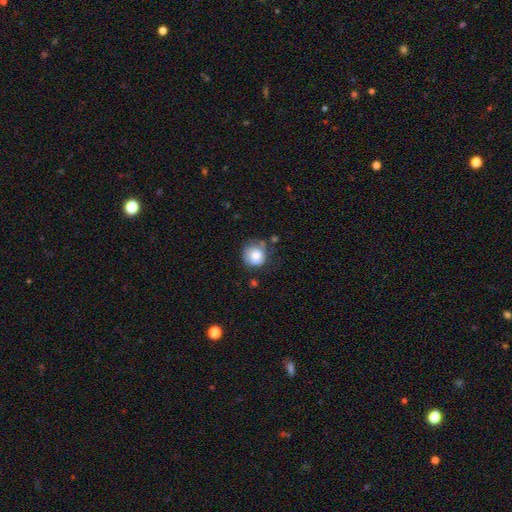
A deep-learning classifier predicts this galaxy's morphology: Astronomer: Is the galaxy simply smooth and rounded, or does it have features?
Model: smooth — 73%.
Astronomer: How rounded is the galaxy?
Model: round — 89%.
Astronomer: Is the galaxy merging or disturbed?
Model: none — 58%.